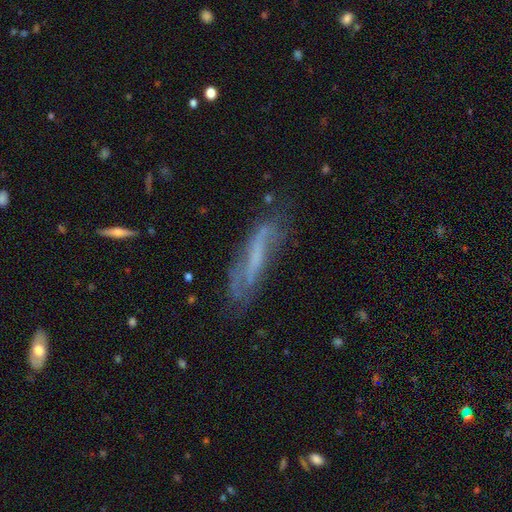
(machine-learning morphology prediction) Smooth or featured: featured or disk — 56% (smooth — 33%)
Edge-on disk: no — 56% (yes — 44%)
Merging: none — 60% (minor disturbance — 25%)